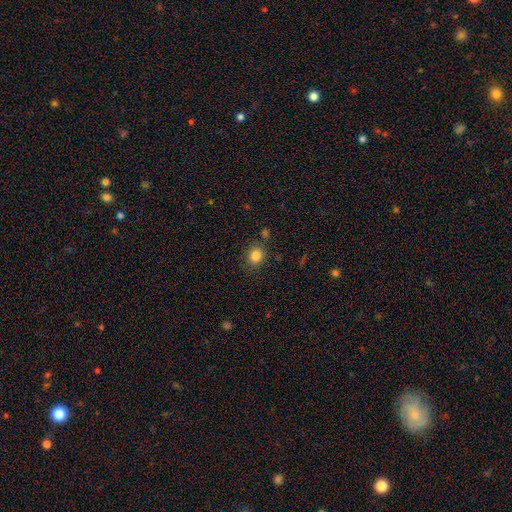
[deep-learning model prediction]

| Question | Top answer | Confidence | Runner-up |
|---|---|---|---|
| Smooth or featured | smooth | 83% | star or artifact (11%) |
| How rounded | round | 71% | in between (28%) |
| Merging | none | 81% | minor disturbance (11%) |